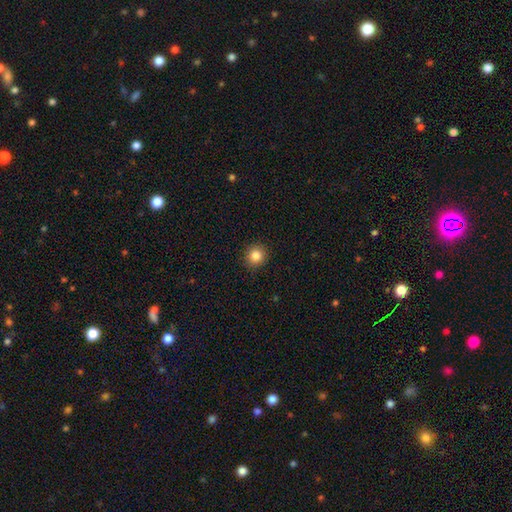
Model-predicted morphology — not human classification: A smooth galaxy with no disk features (85%) that is round (90%). Merging: none (91%).